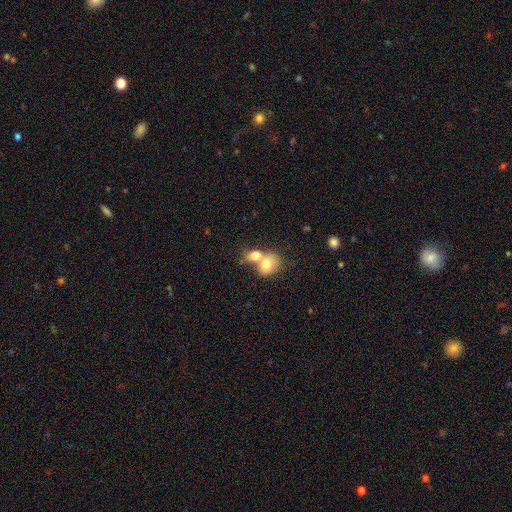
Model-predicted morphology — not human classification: smooth-or-featured: smooth: 74% | featured or disk: 18% | star or artifact: 8%
  how-rounded: in between: 66% | round: 33% | cigar-shaped: 2%
  merging: merger: 70% | none: 19% | minor disturbance: 6% | major disturbance: 4%